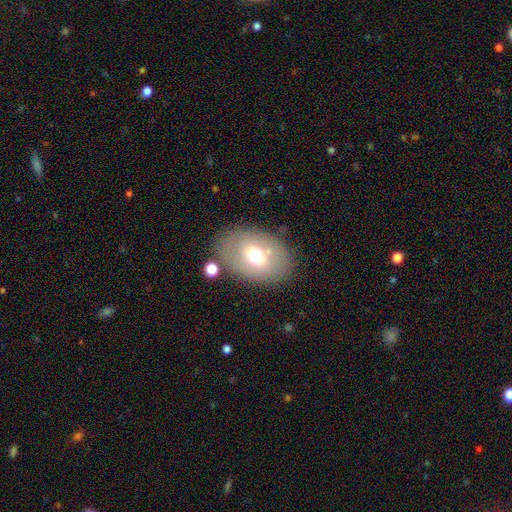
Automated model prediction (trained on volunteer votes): Smooth or featured? Predicted: smooth (p=0.60). How rounded? Predicted: in between (p=0.84). Merging? Predicted: none (p=0.79).